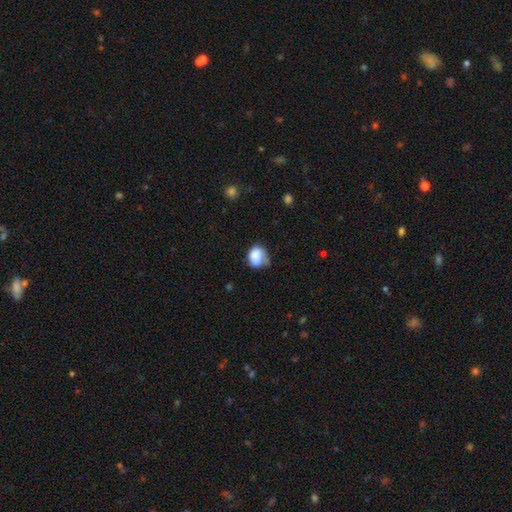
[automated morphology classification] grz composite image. It shows a smooth galaxy with no disk features (81%) that is in between round and cigar-shaped (52%). Merging: none (39%).